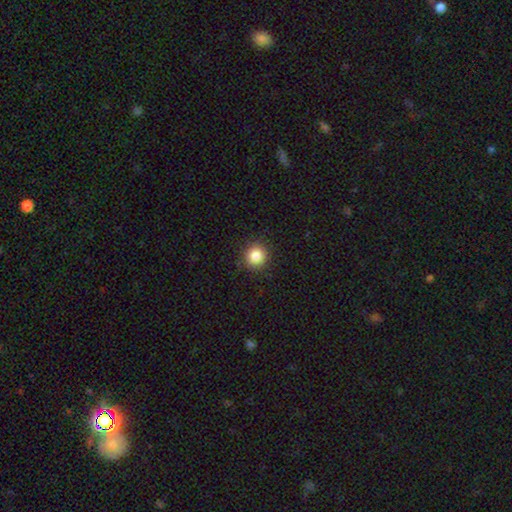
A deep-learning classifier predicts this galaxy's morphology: This is clearly a smooth galaxy (85%). How rounded: clearly round (92%). Merging: clearly none (90%).